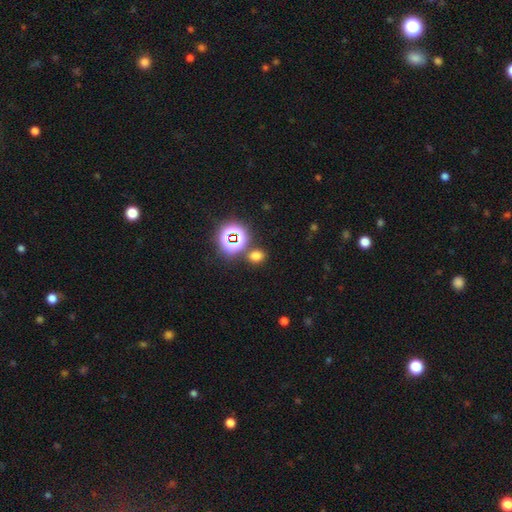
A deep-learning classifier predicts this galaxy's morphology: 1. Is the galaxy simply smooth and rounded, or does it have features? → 65% smooth, 30% star or artifact, 6% featured or disk.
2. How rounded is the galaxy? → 52% round, 46% in between, 1% cigar-shaped.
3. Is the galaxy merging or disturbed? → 78% none, 9% minor disturbance, 9% merger, 4% major disturbance.